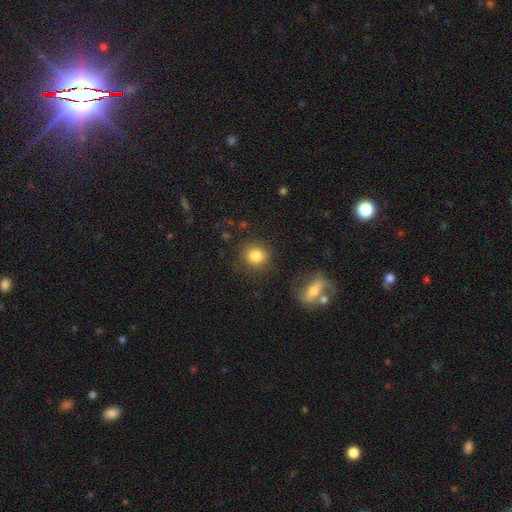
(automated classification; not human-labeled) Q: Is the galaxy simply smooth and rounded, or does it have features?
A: smooth — 84%.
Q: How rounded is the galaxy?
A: round — 84%.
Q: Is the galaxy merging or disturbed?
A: none — 85%.